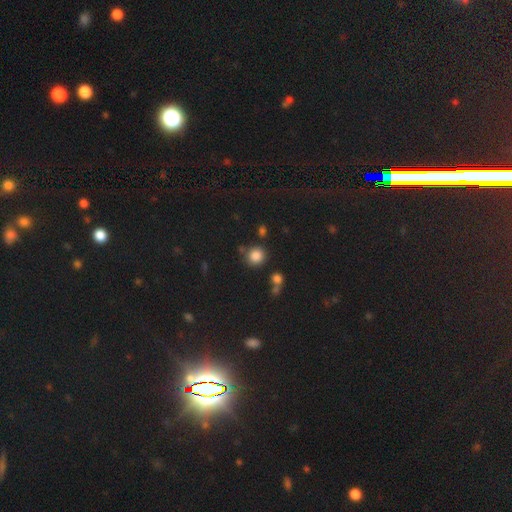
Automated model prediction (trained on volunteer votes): smooth-or-featured: smooth: 84% | star or artifact: 12% | featured or disk: 4%
  how-rounded: round: 89% | in between: 10% | cigar-shaped: 1%
  merging: none: 78% | minor disturbance: 10% | merger: 8% | major disturbance: 3%